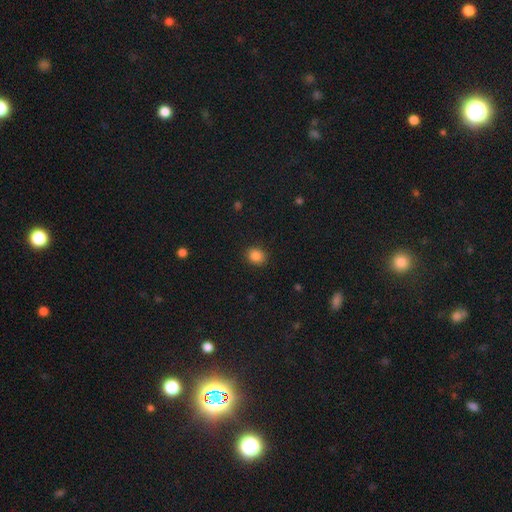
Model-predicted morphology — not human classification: Smooth or featured: smooth — 86% (star or artifact — 11%)
How rounded: round — 66% (in between — 33%)
Merging: none — 90% (minor disturbance — 7%)